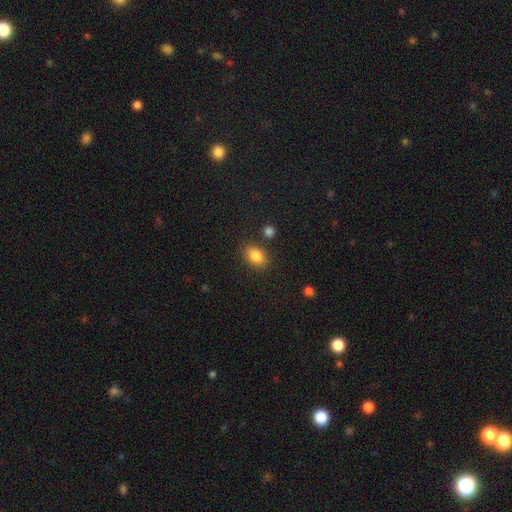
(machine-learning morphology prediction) Smooth or featured? smooth (85%)
How rounded? in between (81%)
Merging? none (81%)